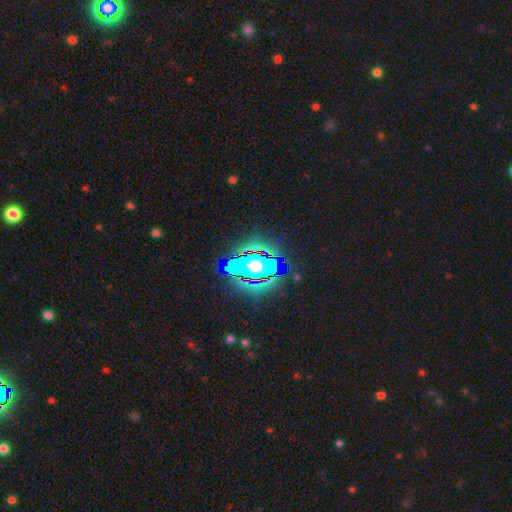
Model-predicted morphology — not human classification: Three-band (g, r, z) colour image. It shows a star or artifact, not a galaxy (67%).